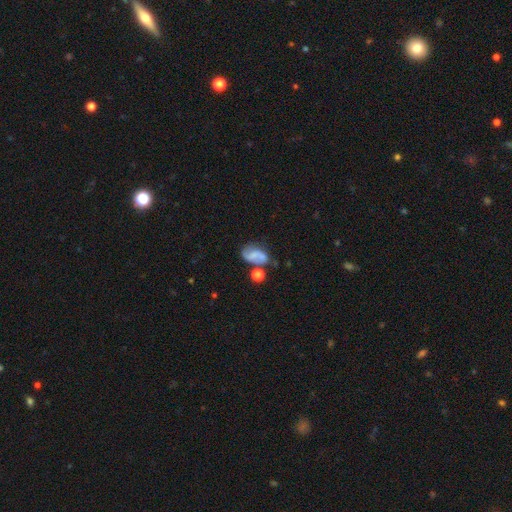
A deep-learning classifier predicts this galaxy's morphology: Smooth or featured? featured or disk (54%)
Edge-on disk? no (97%)
Bar? no (47%)
Spiral arms? yes (81%)
Bulge size? none (48%)
Merging? none (46%)